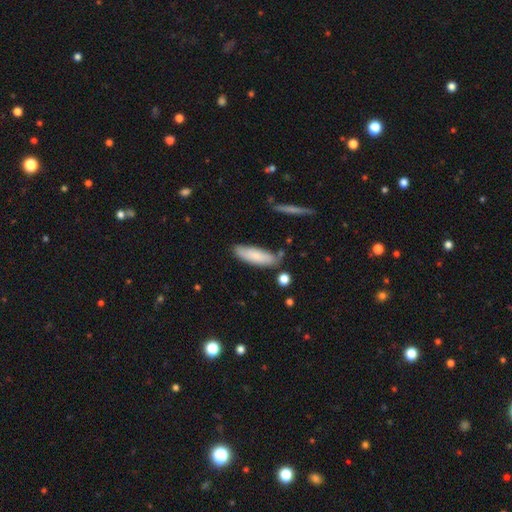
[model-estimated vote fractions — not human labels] Smooth or featured?
  - smooth: 78% *
  - featured or disk: 16%
  - star or artifact: 6%
How rounded?
  - in between: 50% *
  - cigar-shaped: 48%
  - round: 2%
Merging?
  - none: 69% *
  - minor disturbance: 22%
  - merger: 5%
  - major disturbance: 4%